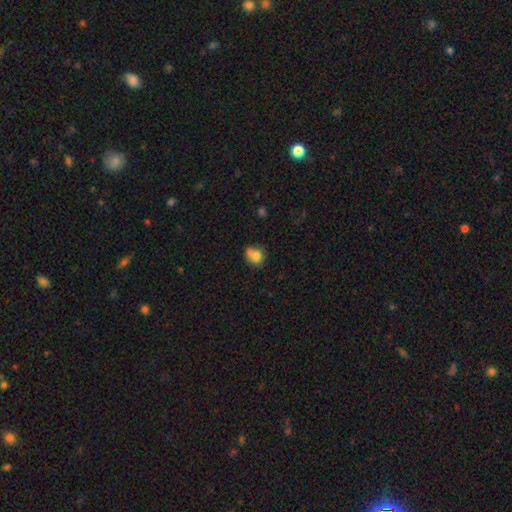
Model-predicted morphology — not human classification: A smooth galaxy with no disk features (75%) that is round (65%).

Vote fractions:
- Smooth or featured? smooth: 75% / featured or disk: 15% / star or artifact: 11%
- How rounded? round: 65% / in between: 34% / cigar-shaped: 1%
- Merging? none: 42% / merger: 26% / minor disturbance: 23% / major disturbance: 9%